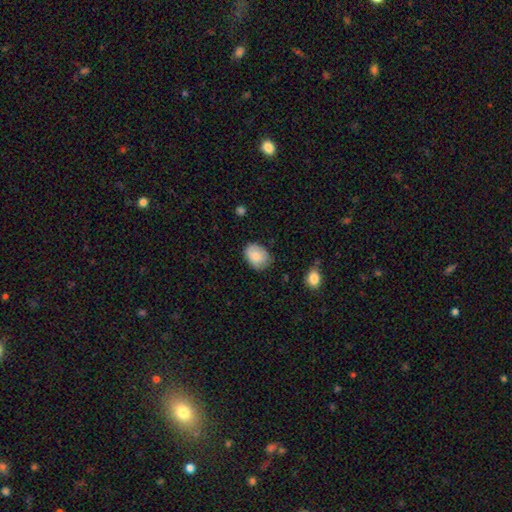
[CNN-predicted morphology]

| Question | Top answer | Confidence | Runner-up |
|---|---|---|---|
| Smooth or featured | smooth | 81% | featured or disk (12%) |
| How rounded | in between | 71% | round (28%) |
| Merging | none | 74% | minor disturbance (21%) |